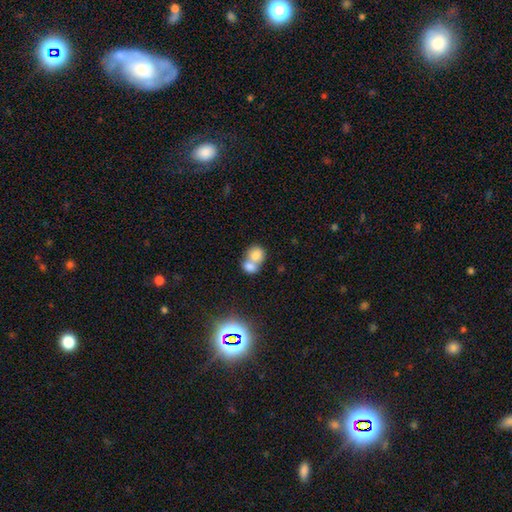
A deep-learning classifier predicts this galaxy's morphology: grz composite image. It shows a smooth galaxy with no disk features (77%) that is round (61%). Merging: merger (71%).